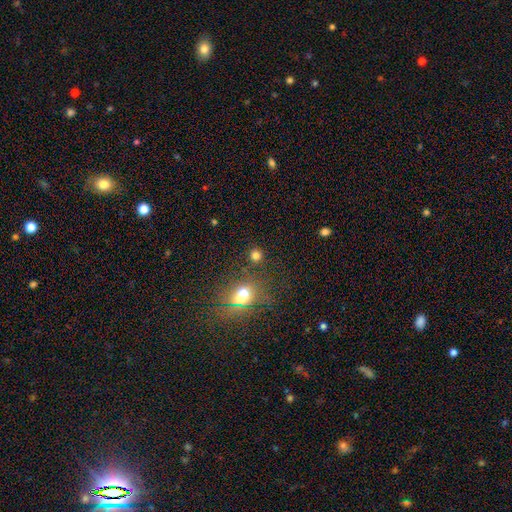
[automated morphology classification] A smooth galaxy with no disk features (75%) that is round (89%). Merging: none (82%).